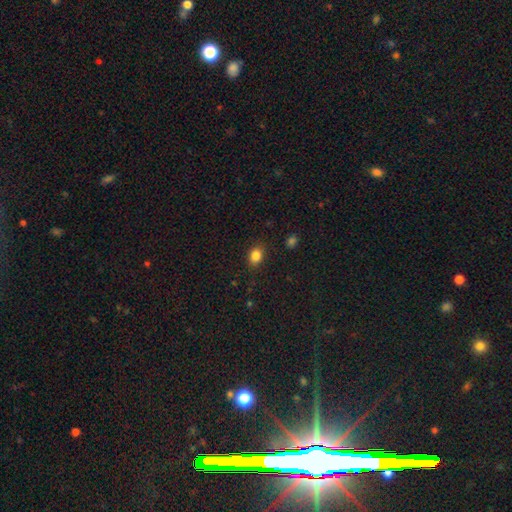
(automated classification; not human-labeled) Overall: smooth (85%). How rounded: in between (58%; round 41%). Merging: none (86%).